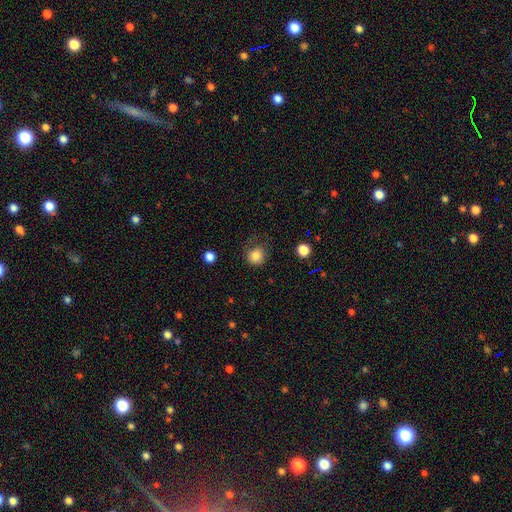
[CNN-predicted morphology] Overall: smooth (83%). How rounded: round (87%). Merging: none (64%).